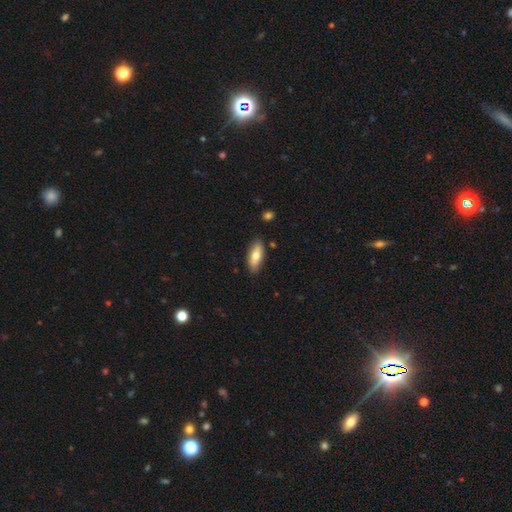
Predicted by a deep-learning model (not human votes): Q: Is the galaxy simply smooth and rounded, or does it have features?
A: smooth — 71%.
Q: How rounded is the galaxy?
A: in between — 77%.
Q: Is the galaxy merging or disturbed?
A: none — 85%.